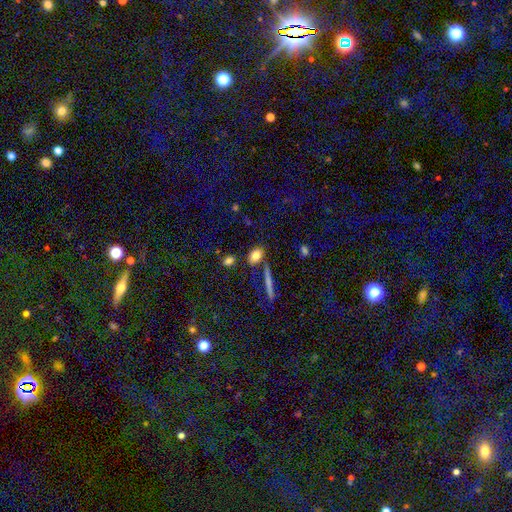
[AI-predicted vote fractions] This appears to be a smooth galaxy with no disk features (80%) that is in between round and cigar-shaped (74%). Merging: none (74%).